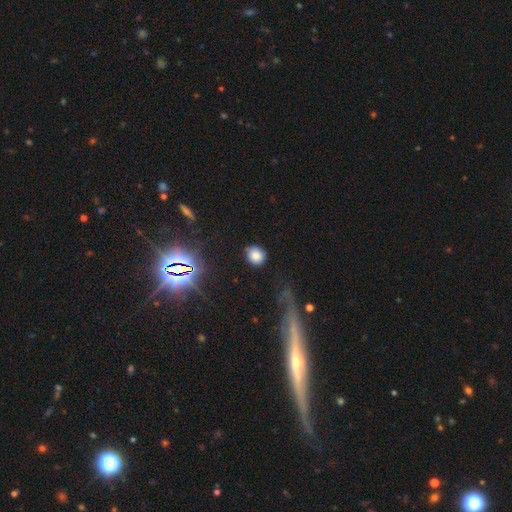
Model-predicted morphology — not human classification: Overall: smooth (79%). How rounded: round (81%). Merging: none (77%).